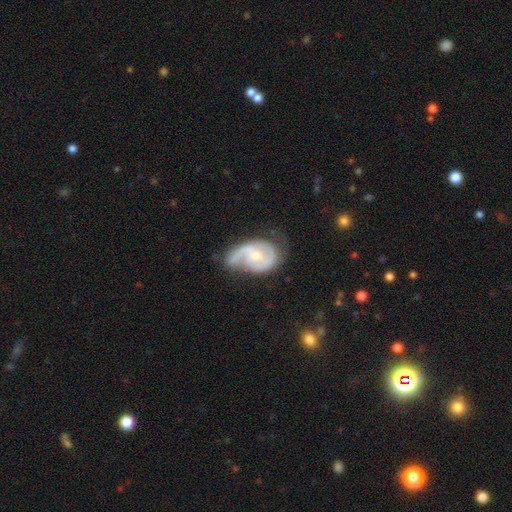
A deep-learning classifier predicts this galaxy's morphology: Smooth or featured? Predicted: featured or disk (p=0.80). Edge-on disk? Predicted: no (p=0.97). Bar? Predicted: no (p=0.57). Spiral arms? Predicted: yes (p=0.90). Spiral winding? Predicted: medium (p=0.44). Spiral arm count? Predicted: 2 (p=0.59). Bulge size? Predicted: moderate (p=0.51). Merging? Predicted: none (p=0.42).